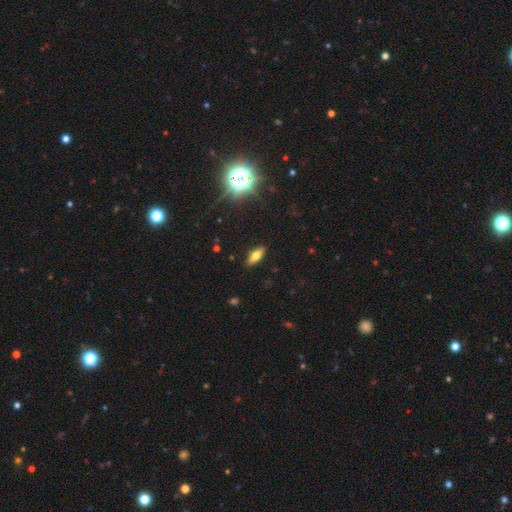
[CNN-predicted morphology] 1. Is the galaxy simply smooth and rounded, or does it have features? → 59% smooth, 28% featured or disk, 13% star or artifact.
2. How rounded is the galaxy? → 73% in between, 23% cigar-shaped, 4% round.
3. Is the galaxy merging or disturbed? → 88% none, 8% minor disturbance, 2% major disturbance, 1% merger.